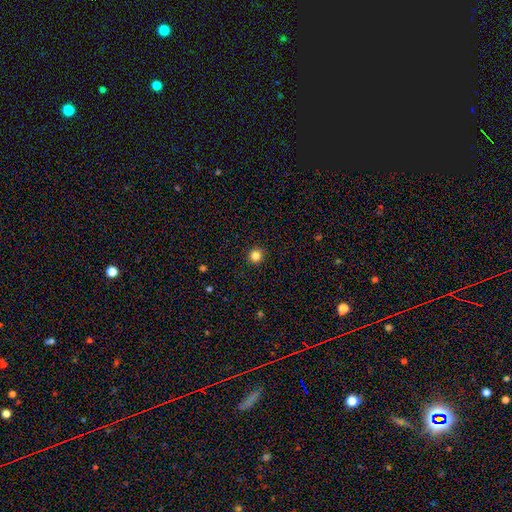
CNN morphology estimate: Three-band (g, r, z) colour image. It shows a smooth galaxy with no disk features (84%) that is round (94%). Merging: none (93%).